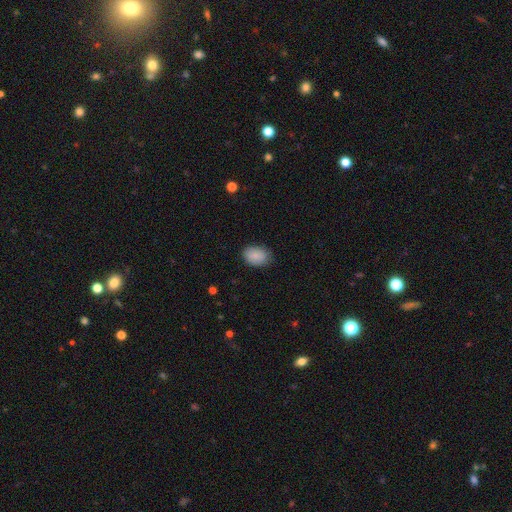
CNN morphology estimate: The model was most divided on "how rounded": in between: 78%, round: 21%, cigar-shaped: 1%. More confident: smooth or featured — smooth (88%); merging — none (82%).